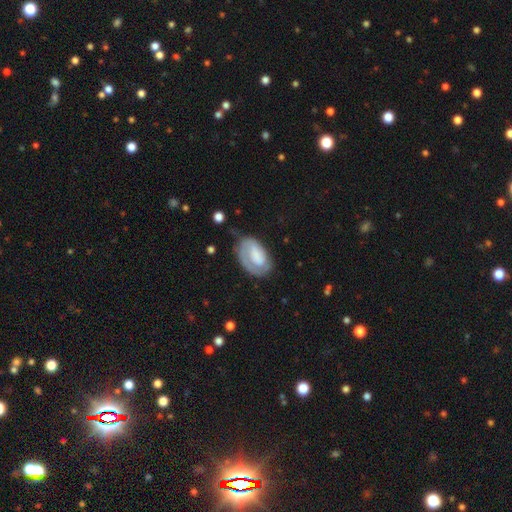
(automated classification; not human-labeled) Smooth or featured? Predicted: featured or disk (p=0.53). Edge-on disk? Predicted: no (p=0.96). Bar? Predicted: no (p=0.55). Spiral arms? Predicted: yes (p=0.75). Bulge size? Predicted: none (p=0.35). Merging? Predicted: none (p=0.50).